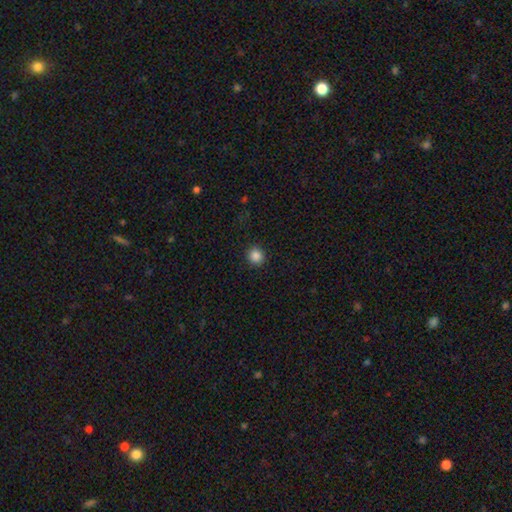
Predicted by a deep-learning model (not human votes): Smooth or featured: smooth — 87% (star or artifact — 11%)
How rounded: round — 92% (in between — 7%)
Merging: none — 91% (minor disturbance — 6%)